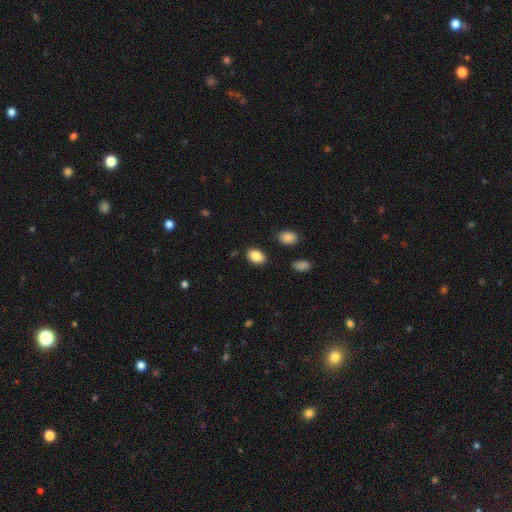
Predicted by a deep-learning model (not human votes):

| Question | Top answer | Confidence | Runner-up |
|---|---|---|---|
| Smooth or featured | smooth | 87% | star or artifact (8%) |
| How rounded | in between | 85% | round (14%) |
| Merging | none | 85% | minor disturbance (10%) |